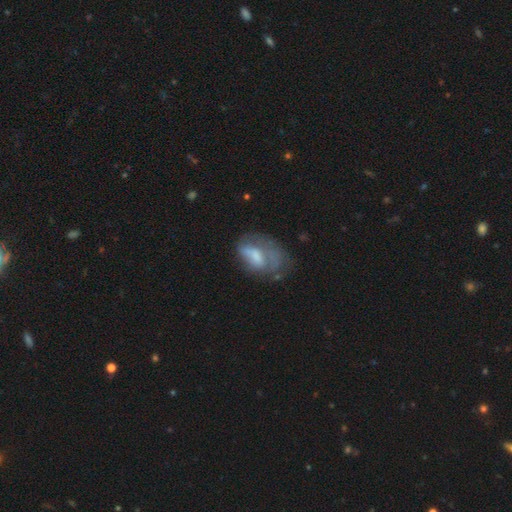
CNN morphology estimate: Smooth or featured: smooth — 49% (featured or disk — 42%)
Merging: none — 34% (major disturbance — 33%)